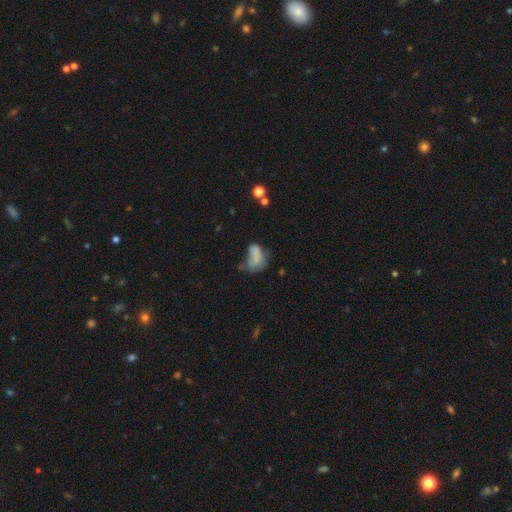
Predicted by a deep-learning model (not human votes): Smooth or featured?
  - smooth: 67% *
  - featured or disk: 21%
  - star or artifact: 12%
How rounded?
  - in between: 85% *
  - round: 13%
  - cigar-shaped: 2%
Merging?
  - major disturbance: 35% *
  - minor disturbance: 29%
  - none: 25%
  - merger: 10%